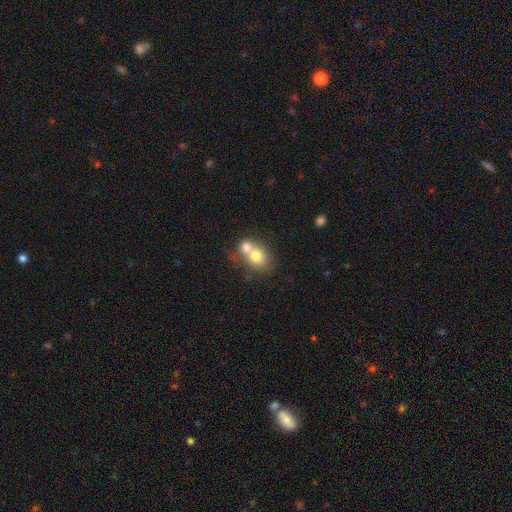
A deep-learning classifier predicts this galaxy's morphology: Smooth or featured: smooth — 72% (featured or disk — 19%)
How rounded: round — 55% (in between — 44%)
Merging: merger — 63% (none — 26%)